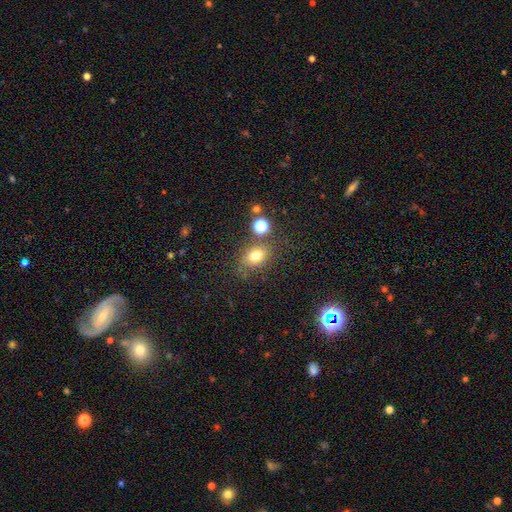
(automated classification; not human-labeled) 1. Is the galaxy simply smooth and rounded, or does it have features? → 74% smooth, 16% star or artifact, 11% featured or disk.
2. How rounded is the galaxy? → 56% in between, 43% round, 1% cigar-shaped.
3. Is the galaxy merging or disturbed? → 72% none, 13% minor disturbance, 9% merger, 5% major disturbance.